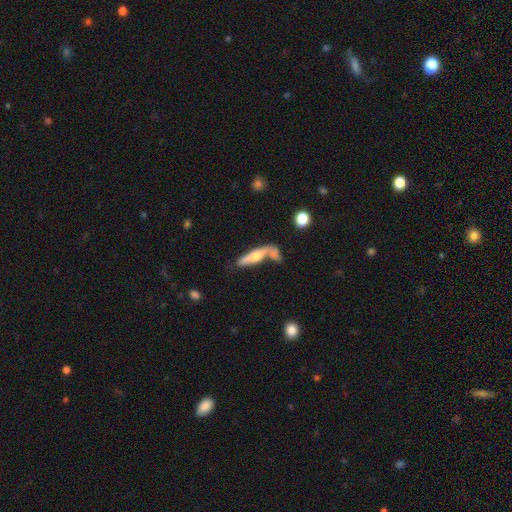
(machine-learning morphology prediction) Smooth or featured? Predicted: featured or disk (p=0.47, tied with smooth). Merging? Predicted: none (p=0.45).